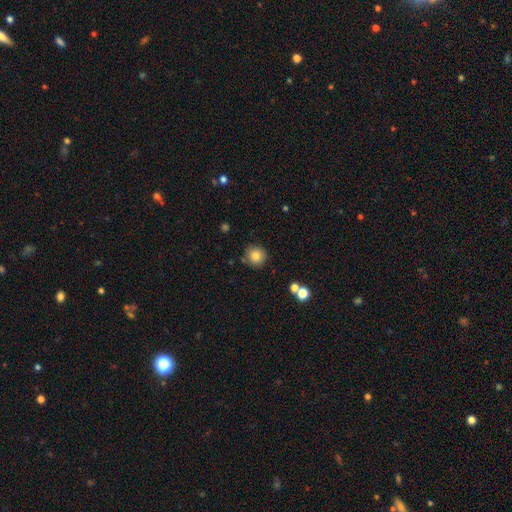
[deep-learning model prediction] Smooth or featured?
  - smooth: 82% *
  - star or artifact: 11%
  - featured or disk: 8%
How rounded?
  - round: 92% *
  - in between: 7%
  - cigar-shaped: 1%
Merging?
  - none: 84% *
  - minor disturbance: 9%
  - merger: 5%
  - major disturbance: 2%